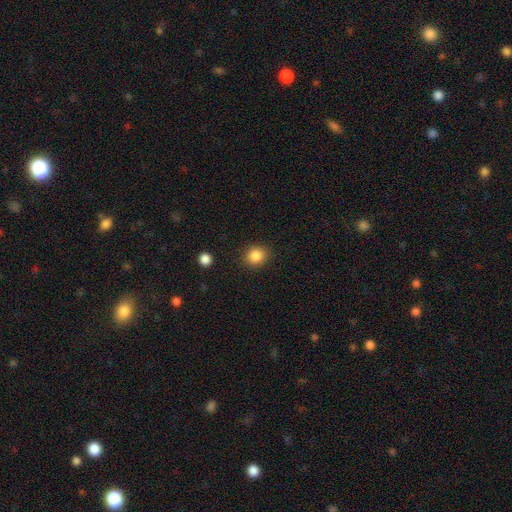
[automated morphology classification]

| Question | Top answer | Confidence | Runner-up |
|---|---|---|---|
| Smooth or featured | smooth | 86% | star or artifact (10%) |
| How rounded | round | 80% | in between (19%) |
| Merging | none | 89% | minor disturbance (7%) |